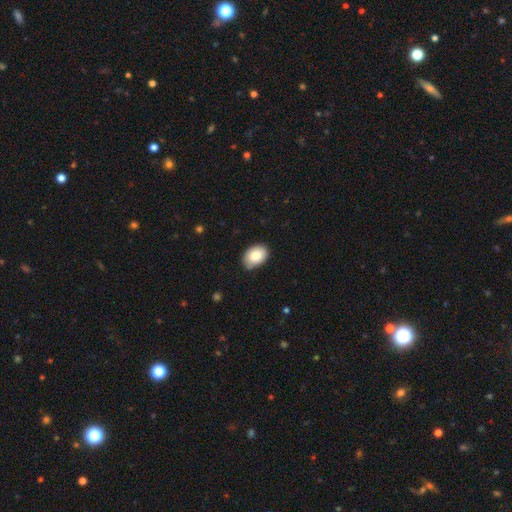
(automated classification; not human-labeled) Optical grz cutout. It shows a smooth galaxy with no disk features (84%) that is in between round and cigar-shaped (84%). Merging: none (79%).